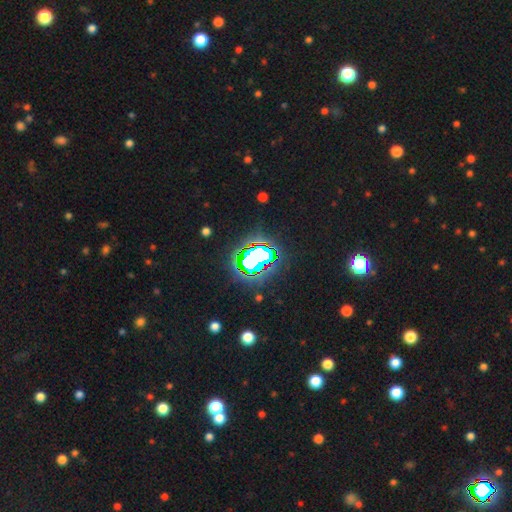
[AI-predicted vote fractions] Smooth or featured? star or artifact (70%)